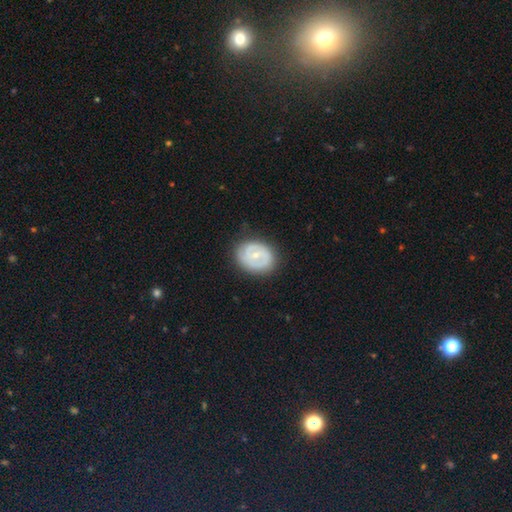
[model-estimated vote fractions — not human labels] Morphology: type=featured or disk (59%); edge-on=no (96%); bar=no (49%); spiral arms=no (55%); bulge=small (49%); merging=none (78%).